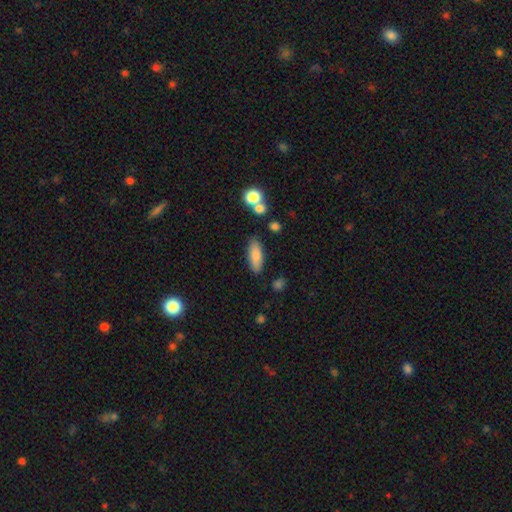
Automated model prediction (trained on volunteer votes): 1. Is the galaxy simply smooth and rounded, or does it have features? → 82% smooth, 11% featured or disk, 7% star or artifact.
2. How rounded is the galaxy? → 69% in between, 28% cigar-shaped, 2% round.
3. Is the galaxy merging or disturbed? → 81% none, 11% minor disturbance, 4% merger, 3% major disturbance.